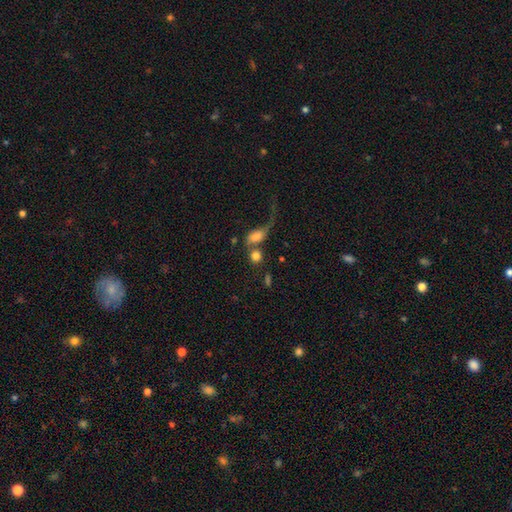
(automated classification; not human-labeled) This is likely a smooth galaxy (76%). How rounded: likely round (65%). Merging: possibly merger (49%).